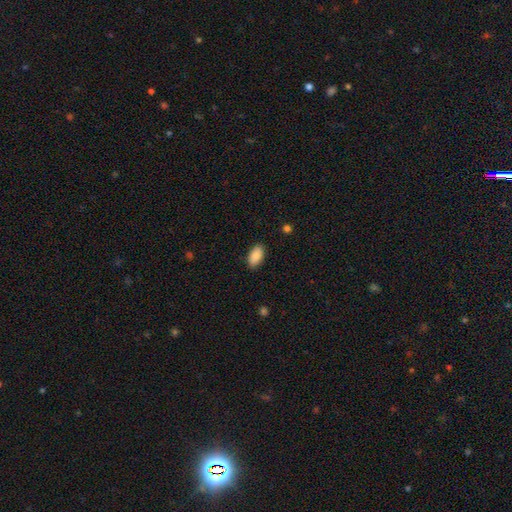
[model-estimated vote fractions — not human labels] Smooth or featured: smooth — 89% (star or artifact — 7%)
How rounded: in between — 94% (cigar-shaped — 3%)
Merging: none — 89% (minor disturbance — 8%)